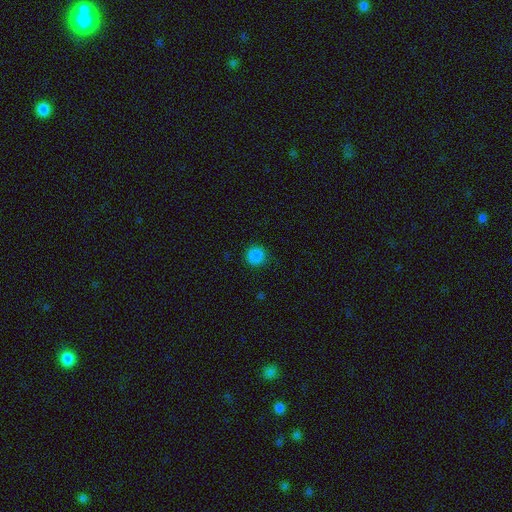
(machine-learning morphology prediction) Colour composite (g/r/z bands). It shows a smooth galaxy with no disk features (86%) that is round (93%). Merging: none (89%).